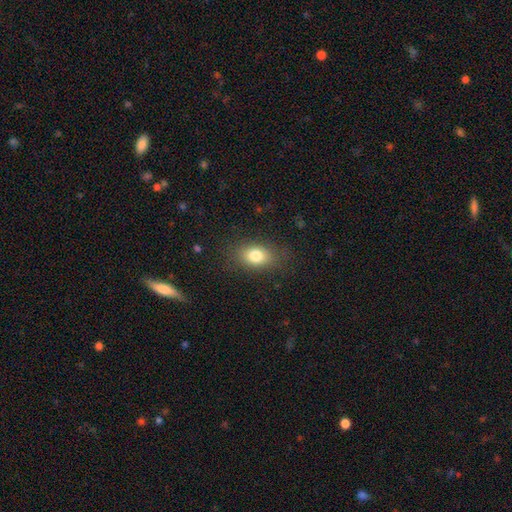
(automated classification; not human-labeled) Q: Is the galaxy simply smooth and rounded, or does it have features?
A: smooth — 80%.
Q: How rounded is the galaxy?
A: in between — 78%.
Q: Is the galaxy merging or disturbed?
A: none — 82%.